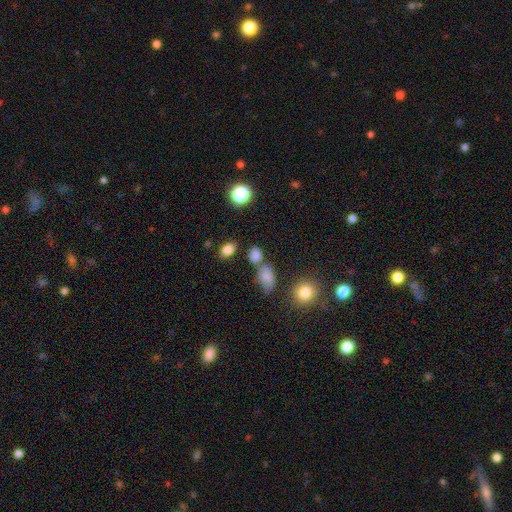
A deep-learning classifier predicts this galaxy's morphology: A smooth galaxy with no disk features (80%) that is in between round and cigar-shaped (71%).

Vote fractions:
- Smooth or featured? smooth: 80% / star or artifact: 13% / featured or disk: 7%
- How rounded? in between: 71% / round: 27% / cigar-shaped: 2%
- Merging? none: 62% / merger: 19% / minor disturbance: 14% / major disturbance: 5%